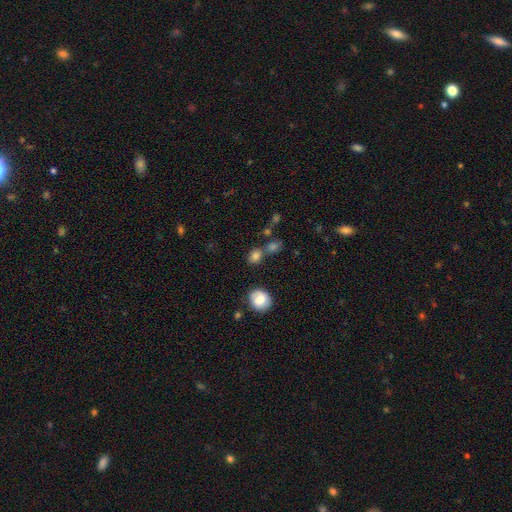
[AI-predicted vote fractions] Smooth or featured: smooth — 81% (star or artifact — 12%)
How rounded: round — 54% (in between — 44%)
Merging: none — 57% (merger — 26%)